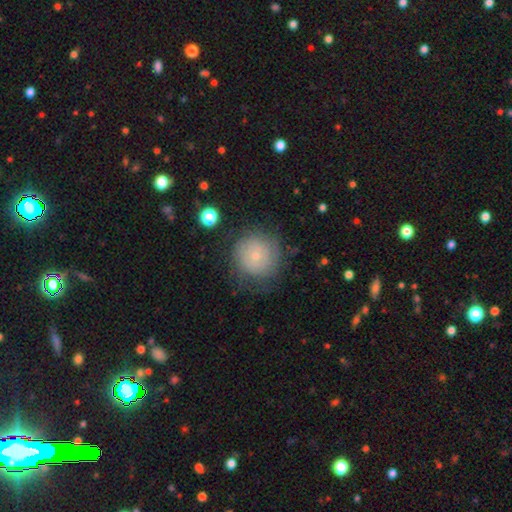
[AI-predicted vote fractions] Q: Smooth or featured?
A: smooth (57%); runner-up: featured or disk (34%)
Q: How rounded?
A: round (93%); runner-up: in between (6%)
Q: Merging?
A: none (73%); runner-up: minor disturbance (18%)